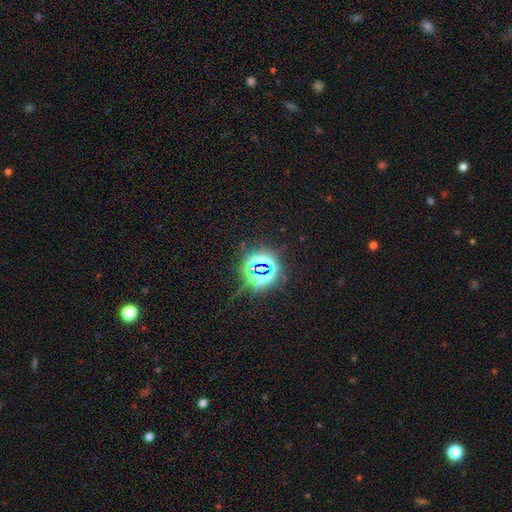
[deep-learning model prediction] Q: Smooth or featured?
A: star or artifact (80%); runner-up: smooth (12%)